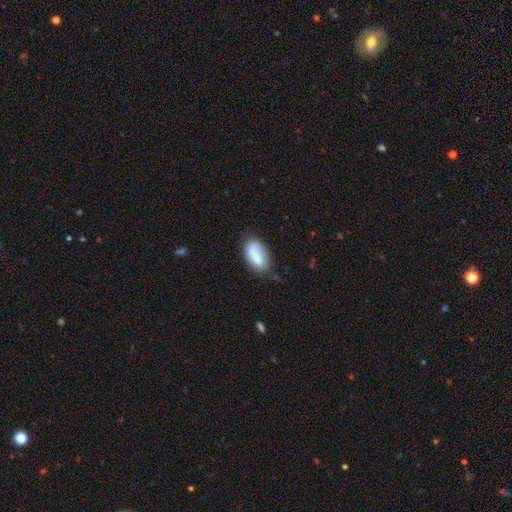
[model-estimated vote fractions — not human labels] This is likely a smooth galaxy (78%). How rounded: clearly in between (88%). Merging: likely none (69%).